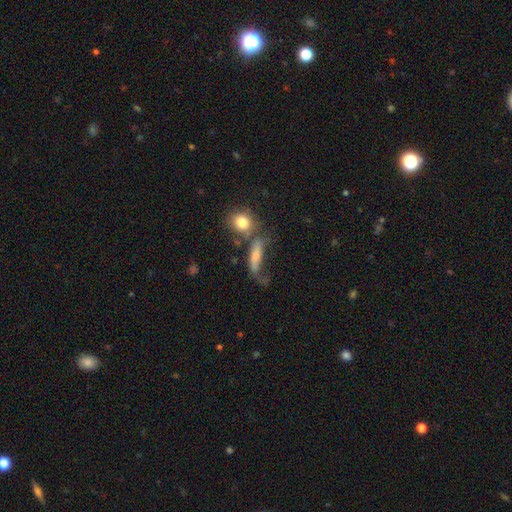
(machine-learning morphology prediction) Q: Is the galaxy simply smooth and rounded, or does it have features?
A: smooth — 63%.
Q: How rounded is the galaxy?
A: cigar-shaped — 53%.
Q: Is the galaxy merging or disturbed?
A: none — 33%.